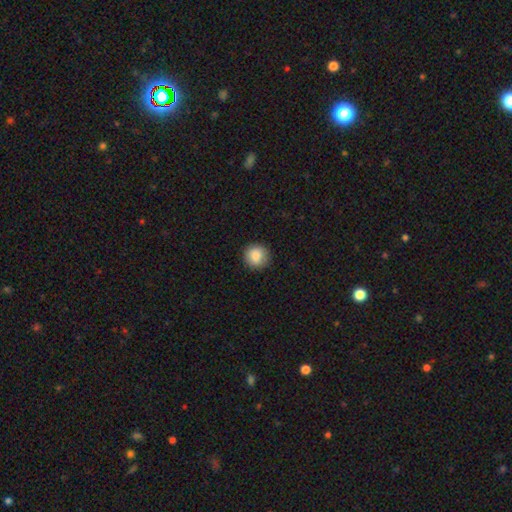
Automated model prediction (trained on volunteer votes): Overall: smooth (87%). How rounded: round (93%). Merging: none (89%).